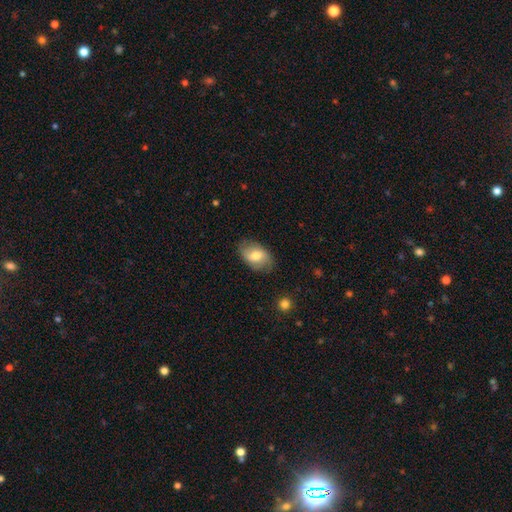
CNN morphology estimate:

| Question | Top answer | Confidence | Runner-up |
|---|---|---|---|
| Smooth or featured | smooth | 62% | featured or disk (31%) |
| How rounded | in between | 86% | round (12%) |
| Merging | none | 78% | minor disturbance (16%) |